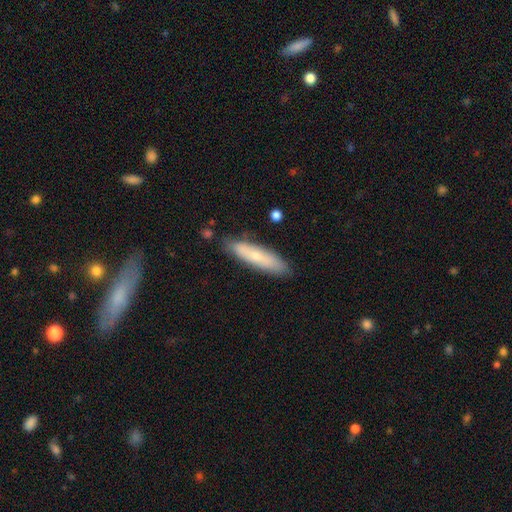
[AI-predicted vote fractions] Q: Smooth or featured?
A: smooth (64%); runner-up: featured or disk (29%)
Q: How rounded?
A: cigar-shaped (75%); runner-up: in between (23%)
Q: Merging?
A: none (82%); runner-up: minor disturbance (13%)